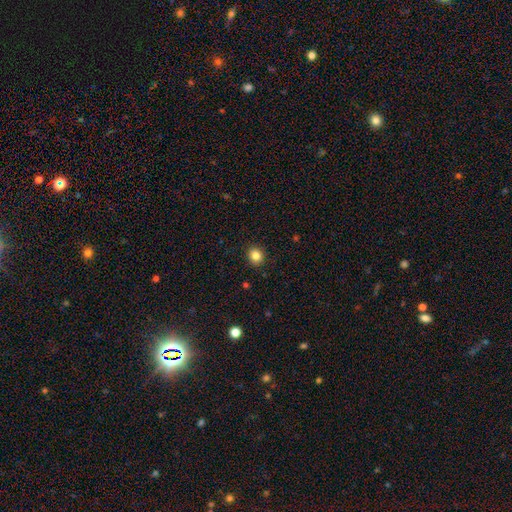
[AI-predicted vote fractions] Smooth or featured: smooth — 83% (star or artifact — 11%)
How rounded: round — 84% (in between — 15%)
Merging: none — 92% (minor disturbance — 6%)